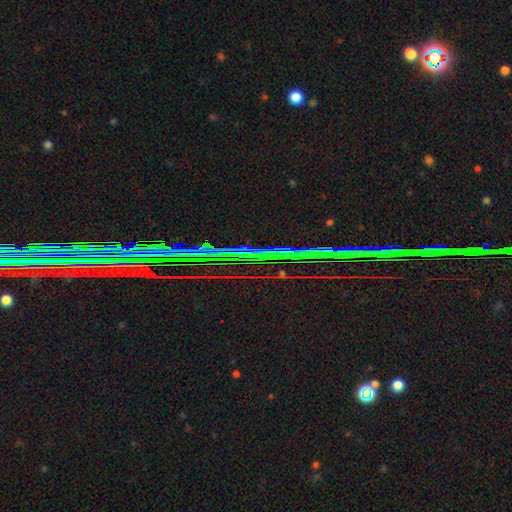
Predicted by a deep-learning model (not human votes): Q: Smooth or featured?
A: star or artifact (86%); runner-up: featured or disk (8%)